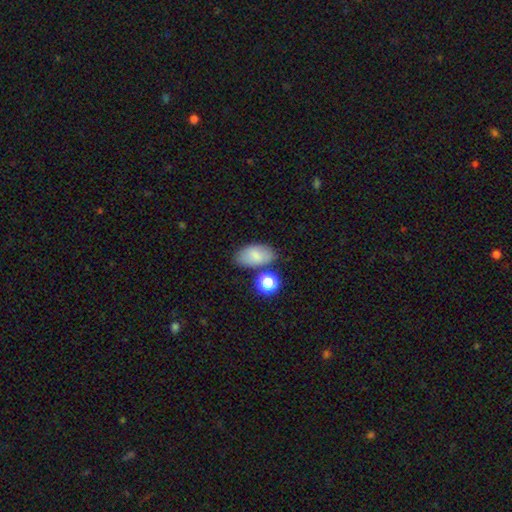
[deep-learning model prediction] Q: Smooth or featured?
A: smooth (79%); runner-up: featured or disk (12%)
Q: How rounded?
A: in between (92%); runner-up: round (7%)
Q: Merging?
A: none (69%); runner-up: minor disturbance (16%)